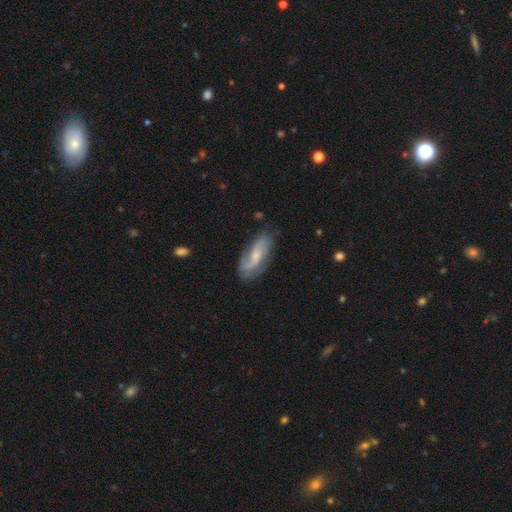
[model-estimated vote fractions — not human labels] A featured or disk galaxy (74%) with no bar (51%), 2 (71%) loose (42%) spiral arms (92%) and a small central bulge (52%).

Vote fractions:
- Smooth or featured? featured or disk: 74% / smooth: 20% / star or artifact: 6%
- Edge-on disk? no: 92% / yes: 8%
- Bar? no: 51% / weak: 40% / strong: 9%
- Spiral arms? yes: 92% / no: 8%
- Spiral winding? loose: 42% / medium: 40% / tight: 18%
- Spiral arm count? 2: 71% / 1: 12% / can't tell: 11% / 3: 3% / 4: 1% / more than 4: 1%
- Bulge size? small: 52% / moderate: 38% / none: 7% / large: 3% / dominant: 1%
- Merging? none: 67% / minor disturbance: 22% / major disturbance: 9% / merger: 2%